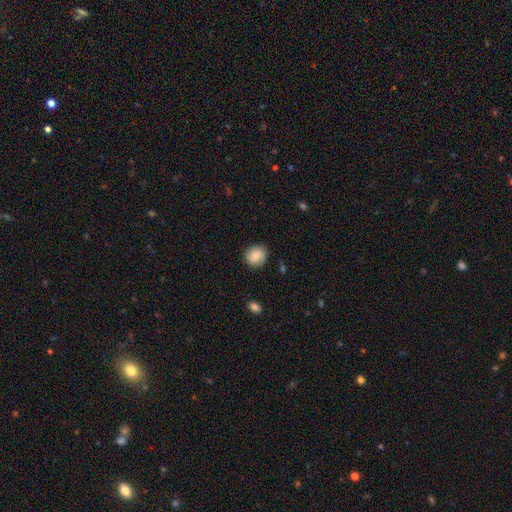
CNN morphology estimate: A smooth galaxy with no disk features (82%) that is round (83%).

Vote fractions:
- Smooth or featured? smooth: 82% / featured or disk: 11% / star or artifact: 8%
- How rounded? round: 83% / in between: 16% / cigar-shaped: 1%
- Merging? none: 85% / minor disturbance: 11% / major disturbance: 2% / merger: 1%